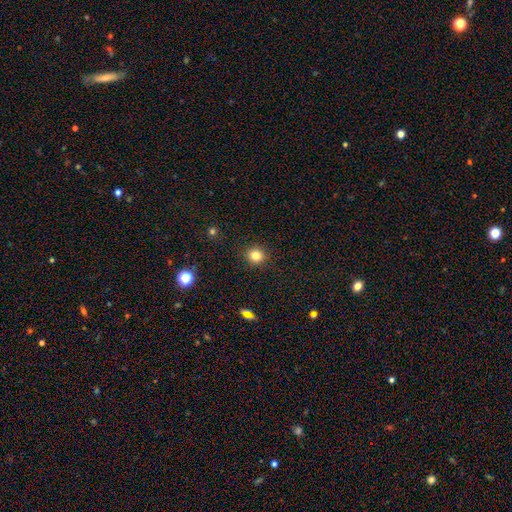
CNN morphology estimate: type=smooth (82%); roundness=round (90%); merging=none (91%).